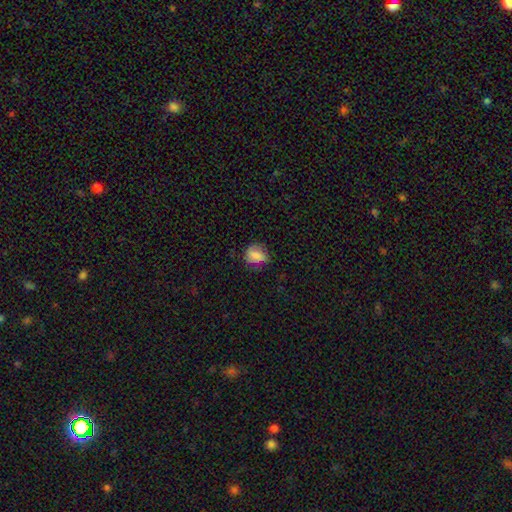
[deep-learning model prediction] Morphology: type=smooth (71%); roundness=round (58%); merging=none (62%).